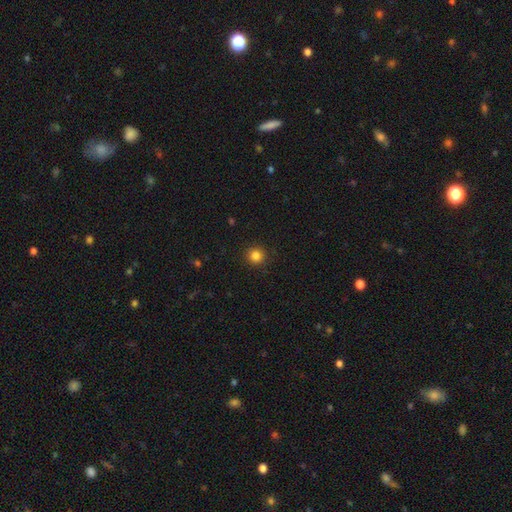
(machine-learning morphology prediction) smooth 84%, star or artifact 12%, featured or disk 4%. Down the decision tree: how rounded — round (93%); merging — none (92%).